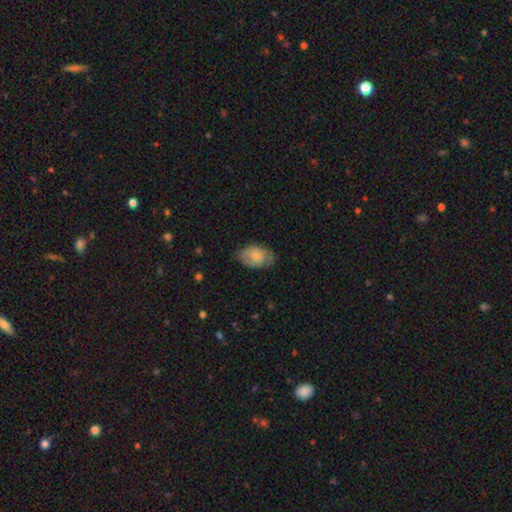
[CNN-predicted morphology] A smooth galaxy with no disk features (67%) that is in between round and cigar-shaped (91%).

Vote fractions:
- Smooth or featured? smooth: 67% / featured or disk: 27% / star or artifact: 6%
- How rounded? in between: 91% / round: 8% / cigar-shaped: 1%
- Merging? none: 70% / minor disturbance: 23% / major disturbance: 5% / merger: 1%